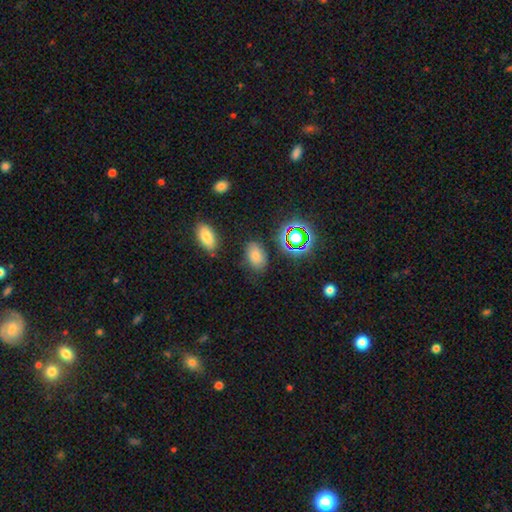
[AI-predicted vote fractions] A smooth galaxy with no disk features (73%) that is in between round and cigar-shaped (88%).

Vote fractions:
- Smooth or featured? smooth: 73% / star or artifact: 19% / featured or disk: 8%
- How rounded? in between: 88% / round: 10% / cigar-shaped: 1%
- Merging? none: 77% / minor disturbance: 15% / major disturbance: 4% / merger: 3%